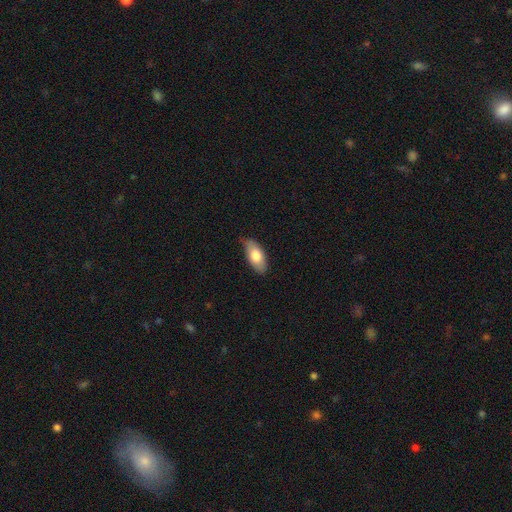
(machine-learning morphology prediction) Smooth or featured?
  - smooth: 75% *
  - featured or disk: 18%
  - star or artifact: 6%
How rounded?
  - in between: 90% *
  - cigar-shaped: 7%
  - round: 3%
Merging?
  - none: 76% *
  - minor disturbance: 20%
  - major disturbance: 3%
  - merger: 1%